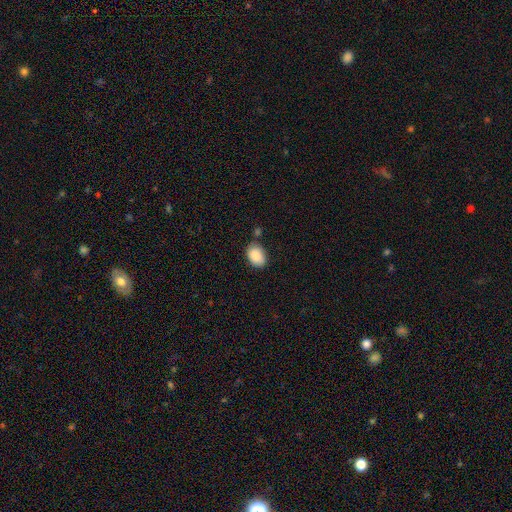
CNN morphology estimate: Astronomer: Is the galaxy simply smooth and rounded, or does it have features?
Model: smooth — 89%.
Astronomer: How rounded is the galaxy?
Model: in between — 82%.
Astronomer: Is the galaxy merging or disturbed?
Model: none — 73%.